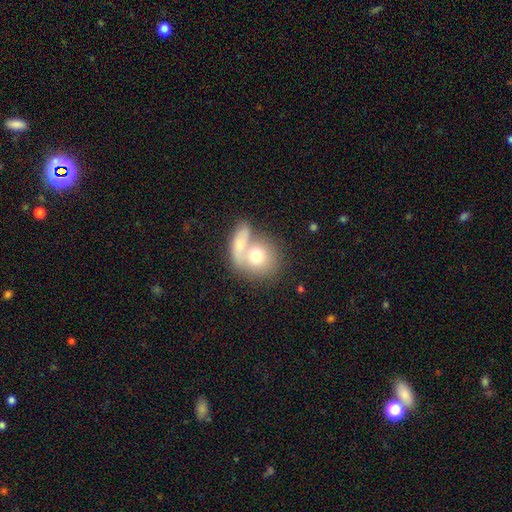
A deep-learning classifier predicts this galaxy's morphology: smooth 70%, featured or disk 23%, star or artifact 7%. Down the decision tree: how rounded — round (72%); merging — merger (55%).